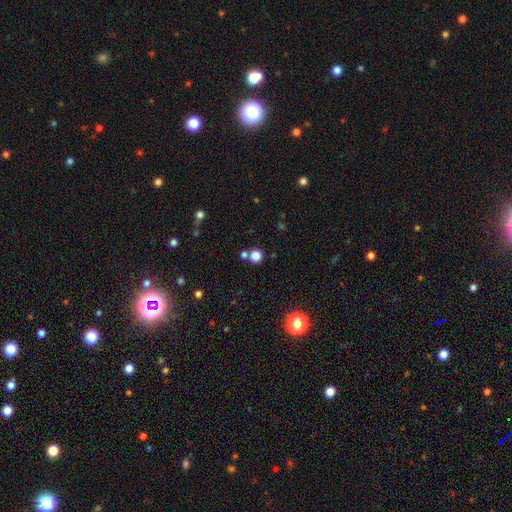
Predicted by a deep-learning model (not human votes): Morphology: type=smooth (81%); roundness=round (91%); merging=none (68%).